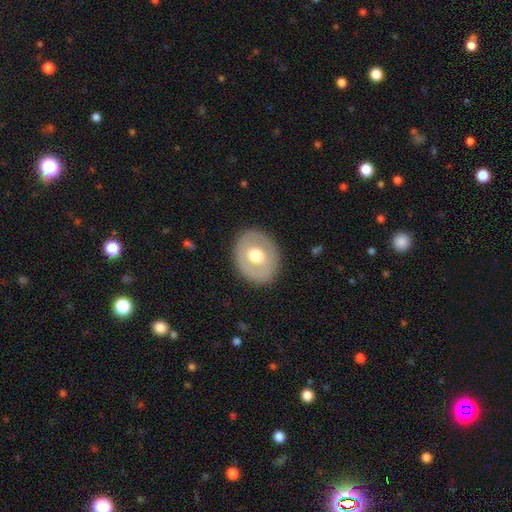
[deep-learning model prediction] smooth 53%, featured or disk 41%, star or artifact 6%. Down the decision tree: how rounded — round (52%); merging — none (85%).